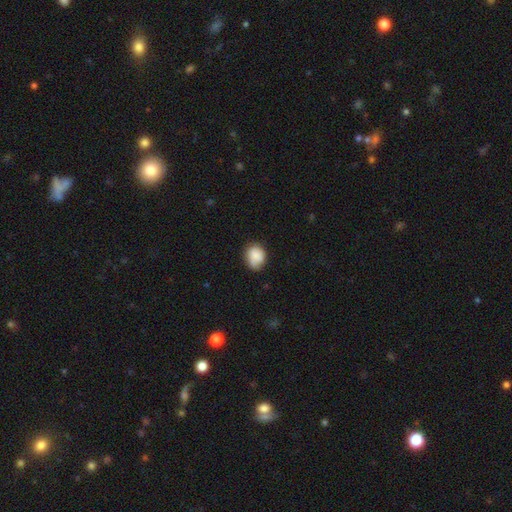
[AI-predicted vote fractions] Smooth or featured: smooth — 84% (featured or disk — 8%)
How rounded: round — 54% (in between — 45%)
Merging: none — 62% (minor disturbance — 30%)